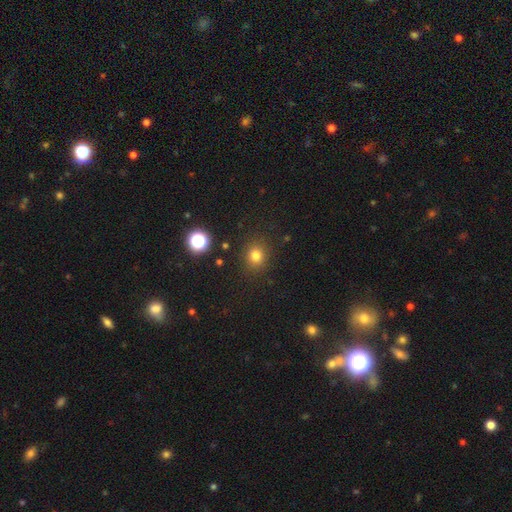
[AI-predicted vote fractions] smooth_or_featured: smooth (p=0.79) [alt: star or artifact p=0.16]
how_rounded: round (p=0.83) [alt: in between p=0.16]
merging: none (p=0.88) [alt: minor disturbance p=0.07]